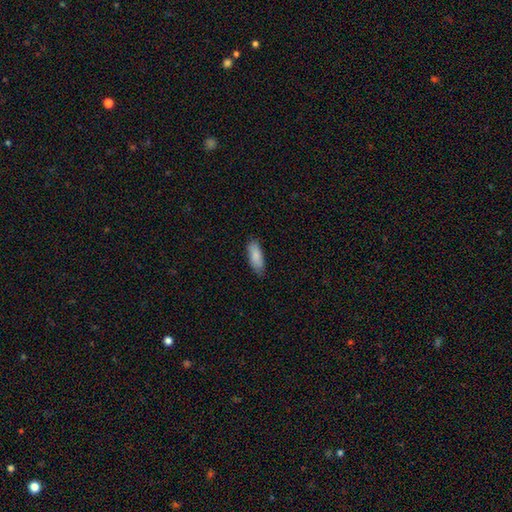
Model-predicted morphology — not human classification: Smooth or featured?
  - smooth: 87% *
  - featured or disk: 8%
  - star or artifact: 6%
How rounded?
  - in between: 70% *
  - cigar-shaped: 28%
  - round: 2%
Merging?
  - none: 79% *
  - minor disturbance: 17%
  - major disturbance: 3%
  - merger: 1%